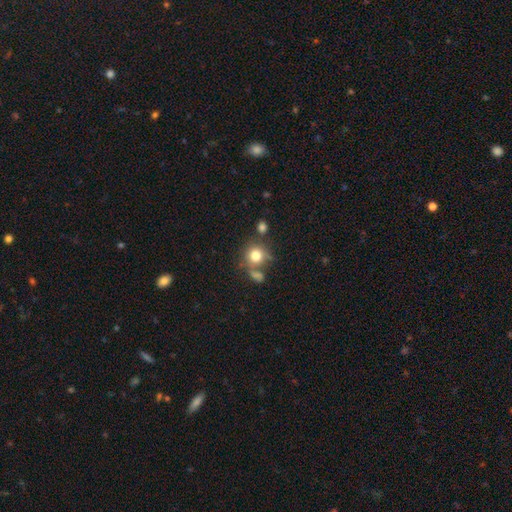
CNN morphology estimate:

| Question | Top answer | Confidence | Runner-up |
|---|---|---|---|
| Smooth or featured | smooth | 78% | star or artifact (11%) |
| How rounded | round | 86% | in between (13%) |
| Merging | none | 59% | merger (20%) |